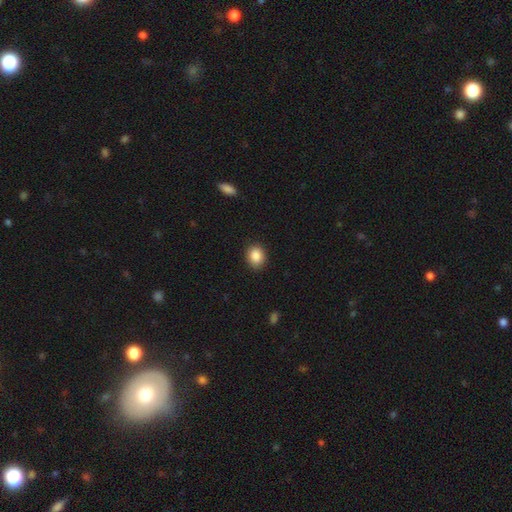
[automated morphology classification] Smooth or featured? Predicted: smooth (p=0.88). How rounded? Predicted: round (p=0.61). Merging? Predicted: none (p=0.88).